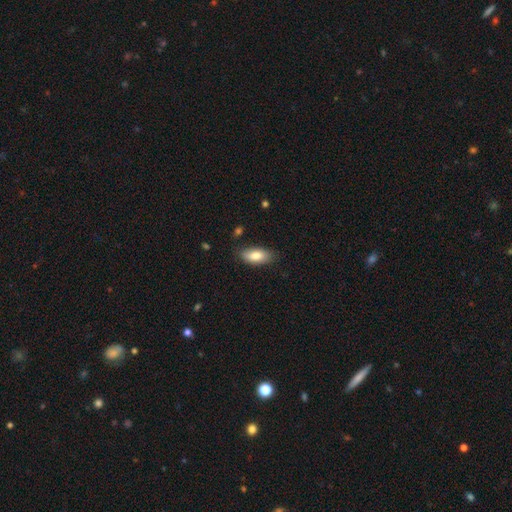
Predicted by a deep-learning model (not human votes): This appears to be a smooth galaxy with no disk features (83%) that is in between round and cigar-shaped (87%). Merging: none (80%).